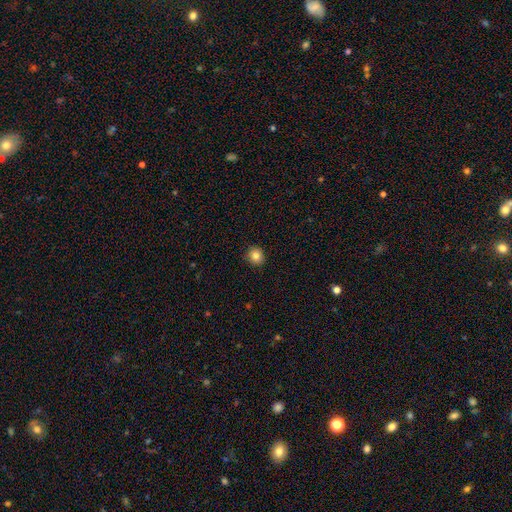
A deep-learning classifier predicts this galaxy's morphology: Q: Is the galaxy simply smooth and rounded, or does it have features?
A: smooth — 83%.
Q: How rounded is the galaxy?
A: round — 87%.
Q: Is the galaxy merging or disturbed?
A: none — 91%.